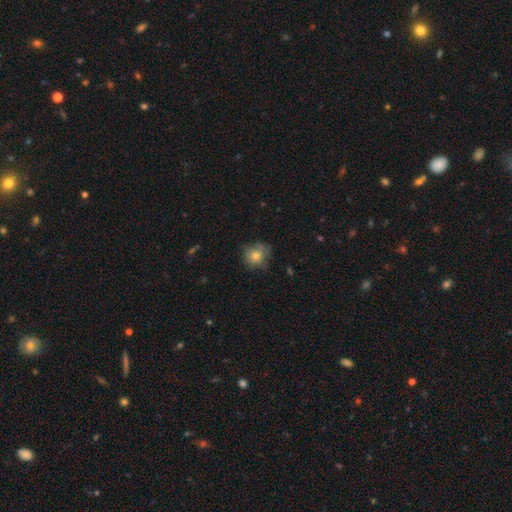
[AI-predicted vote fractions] This is likely a smooth galaxy (72%). How rounded: likely round (77%). Merging: likely none (61%).